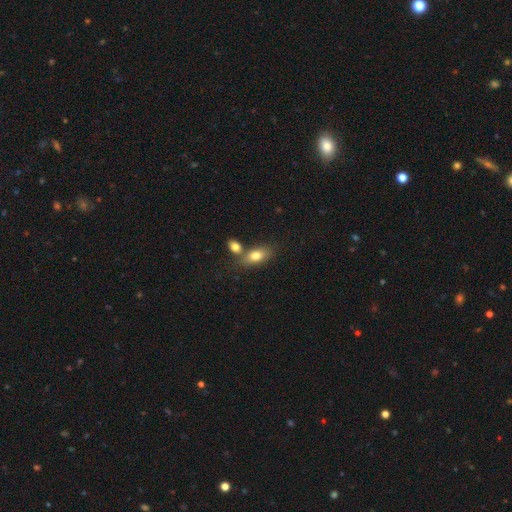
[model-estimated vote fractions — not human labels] Q: Smooth or featured?
A: smooth (78%); runner-up: featured or disk (14%)
Q: How rounded?
A: in between (86%); runner-up: round (8%)
Q: Merging?
A: none (53%); runner-up: merger (32%)